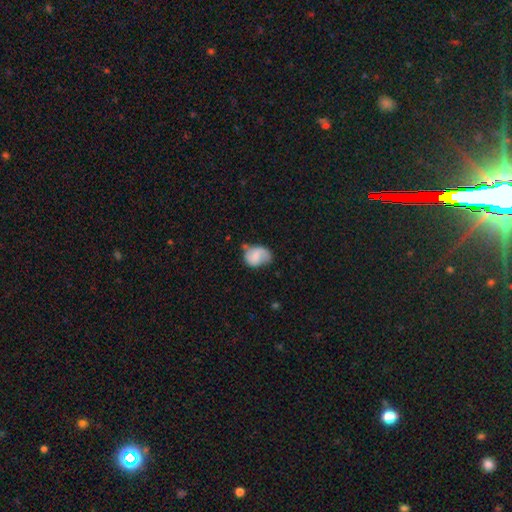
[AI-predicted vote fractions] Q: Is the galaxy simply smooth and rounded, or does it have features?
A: smooth — 53%.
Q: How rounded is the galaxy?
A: in between — 65%.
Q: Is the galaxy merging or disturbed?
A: none — 39%.